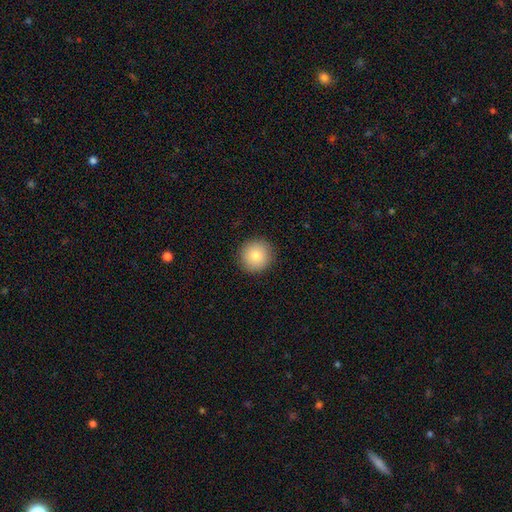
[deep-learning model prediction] The model was most divided on "smooth or featured": smooth: 82%, featured or disk: 9%, star or artifact: 9%. More confident: how rounded — round (95%); merging — none (92%).